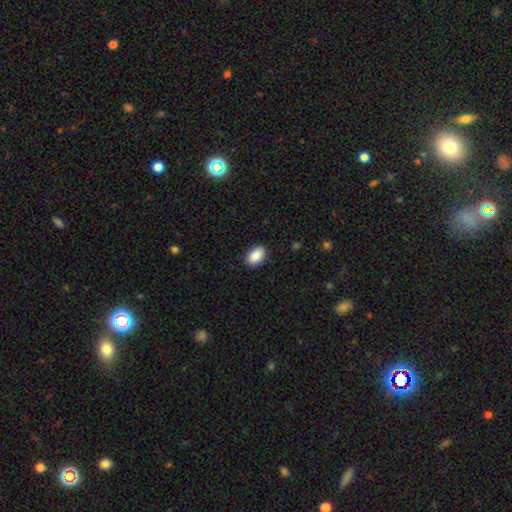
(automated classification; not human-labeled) Morphology: type=smooth (89%); roundness=in between (88%); merging=none (89%).